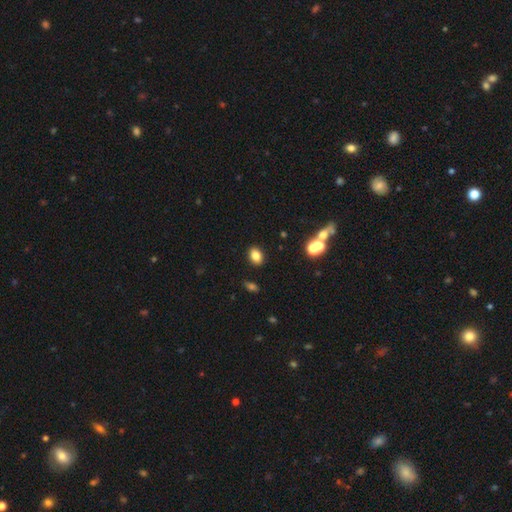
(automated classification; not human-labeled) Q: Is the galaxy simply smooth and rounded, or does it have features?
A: smooth — 81%.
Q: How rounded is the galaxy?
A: in between — 69%.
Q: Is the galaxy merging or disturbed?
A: none — 88%.